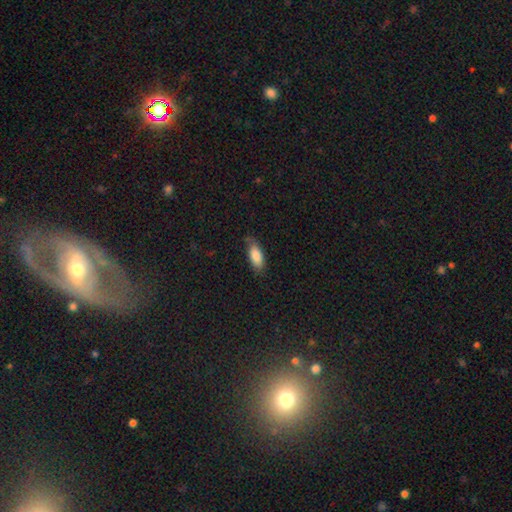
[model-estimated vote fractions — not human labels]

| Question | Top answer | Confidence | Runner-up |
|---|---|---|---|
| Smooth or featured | smooth | 85% | featured or disk (9%) |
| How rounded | in between | 82% | cigar-shaped (16%) |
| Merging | none | 69% | minor disturbance (25%) |